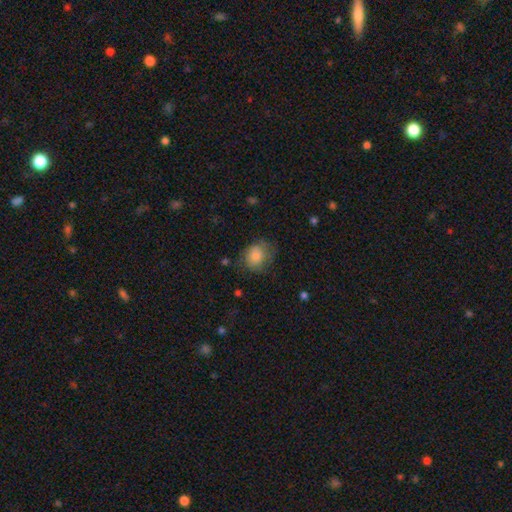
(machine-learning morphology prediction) smooth_or_featured: smooth (p=0.77) [alt: featured or disk p=0.14]
how_rounded: round (p=0.61) [alt: in between p=0.38]
merging: none (p=0.57) [alt: minor disturbance p=0.28]